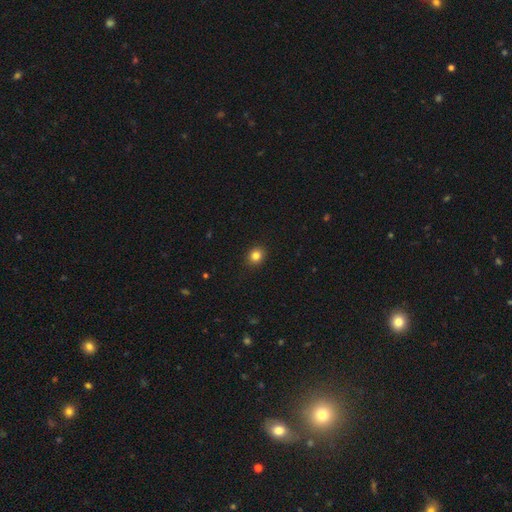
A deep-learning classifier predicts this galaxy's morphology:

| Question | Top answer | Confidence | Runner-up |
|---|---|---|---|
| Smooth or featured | smooth | 83% | star or artifact (12%) |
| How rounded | round | 75% | in between (24%) |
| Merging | none | 90% | minor disturbance (7%) |